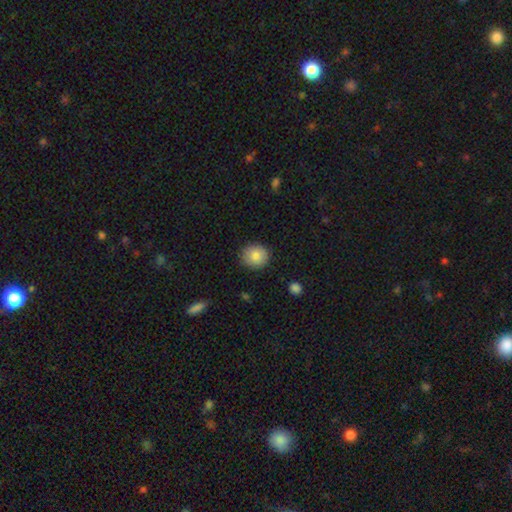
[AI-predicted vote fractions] smooth 83%, featured or disk 9%, star or artifact 8%. Down the decision tree: how rounded — round (85%); merging — none (87%).